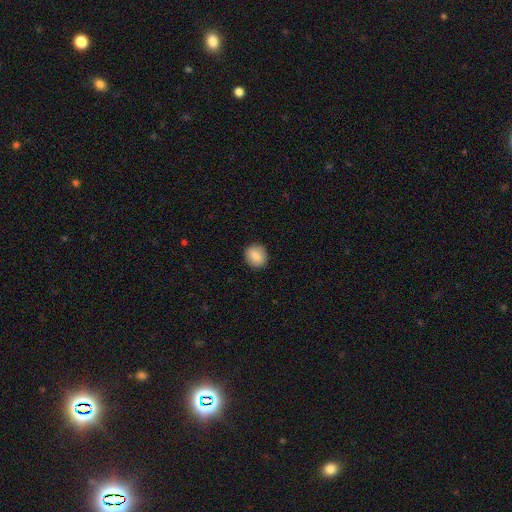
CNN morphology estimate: smooth-or-featured: smooth: 82% | featured or disk: 10% | star or artifact: 8%
  how-rounded: round: 83% | in between: 16% | cigar-shaped: 1%
  merging: none: 90% | minor disturbance: 7% | major disturbance: 2% | merger: 1%